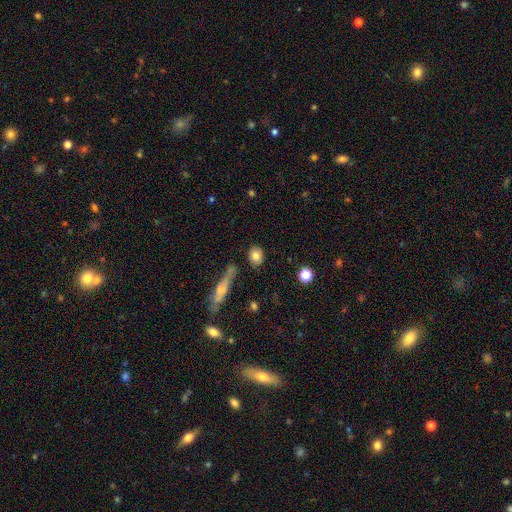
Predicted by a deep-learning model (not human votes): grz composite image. It shows a smooth galaxy with no disk features (80%) that is round (49%). Merging: none (81%).